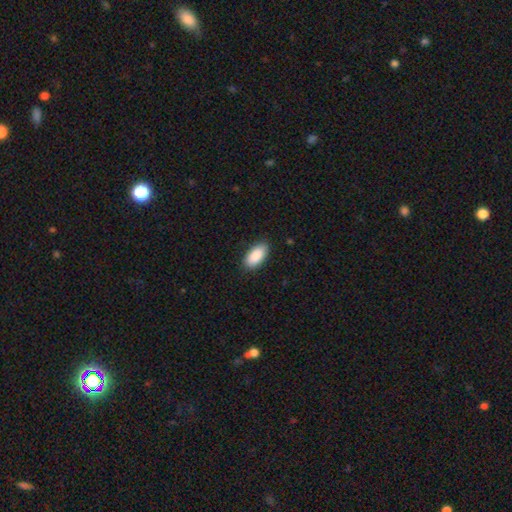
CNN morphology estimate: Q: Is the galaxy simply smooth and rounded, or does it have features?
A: smooth — 90%.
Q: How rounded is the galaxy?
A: in between — 93%.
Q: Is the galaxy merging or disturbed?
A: none — 87%.